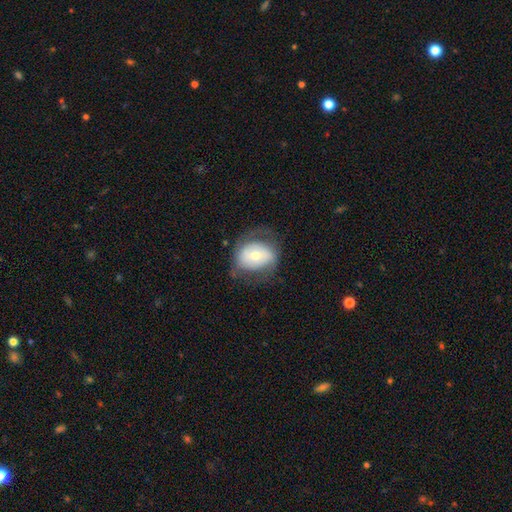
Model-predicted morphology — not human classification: Smooth or featured: featured or disk — 50% (smooth — 43%)
Edge-on disk: no — 95% (yes — 5%)
Merging: none — 58% (minor disturbance — 23%)